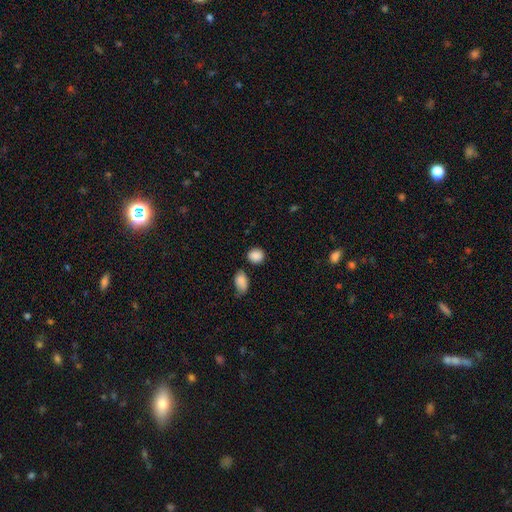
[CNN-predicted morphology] A smooth galaxy with no disk features (88%) that is round (65%).

Vote fractions:
- Smooth or featured? smooth: 88% / star or artifact: 8% / featured or disk: 4%
- How rounded? round: 65% / in between: 34% / cigar-shaped: 1%
- Merging? none: 77% / minor disturbance: 13% / merger: 7% / major disturbance: 3%